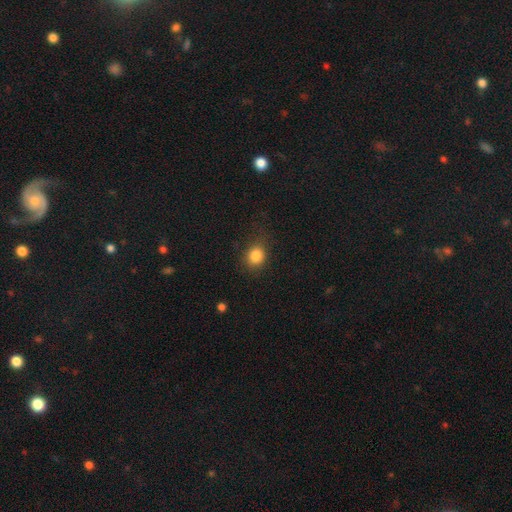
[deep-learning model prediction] The model was most divided on "how rounded": round: 70%, in between: 29%, cigar-shaped: 1%. More confident: smooth or featured — smooth (84%); merging — none (78%).